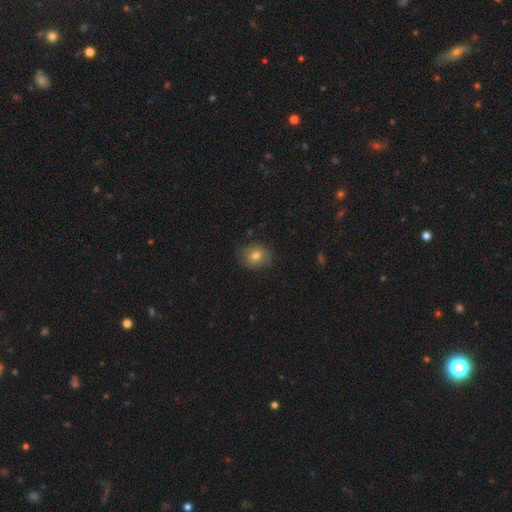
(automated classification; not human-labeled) Morphology: type=smooth (75%); roundness=round (70%); merging=none (78%).